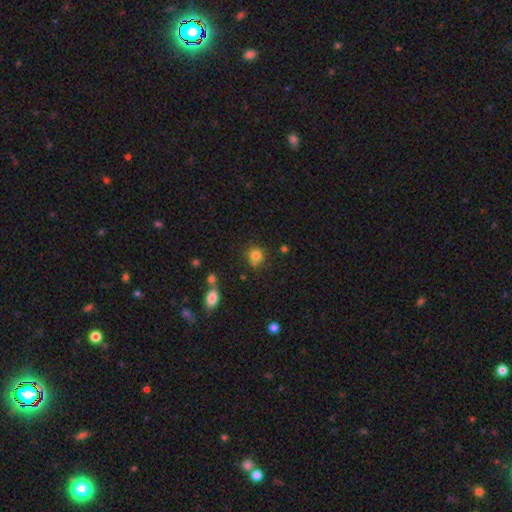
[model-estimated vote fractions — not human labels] A smooth galaxy with no disk features (81%) that is round (86%). Merging: none (69%).